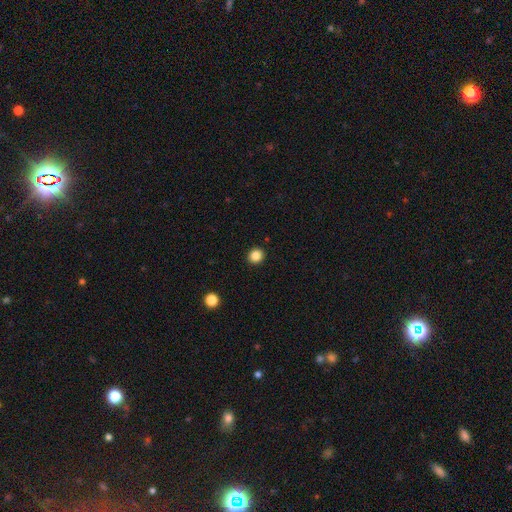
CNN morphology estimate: Smooth or featured?
  - smooth: 85% *
  - star or artifact: 12%
  - featured or disk: 4%
How rounded?
  - round: 92% *
  - in between: 7%
  - cigar-shaped: 1%
Merging?
  - none: 93% *
  - minor disturbance: 4%
  - major disturbance: 2%
  - merger: 1%